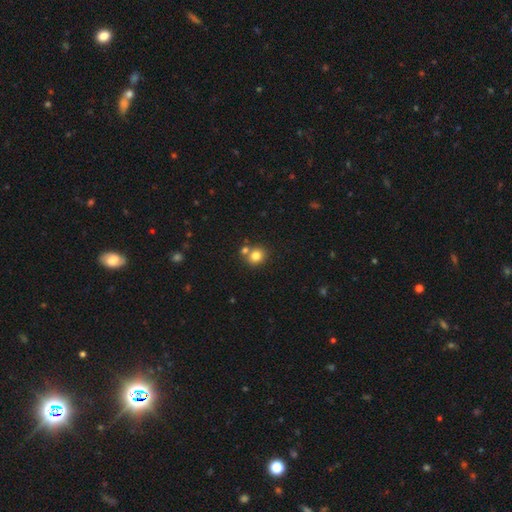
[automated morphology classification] Smooth or featured: smooth — 81% (star or artifact — 11%)
How rounded: round — 79% (in between — 20%)
Merging: none — 64% (merger — 25%)